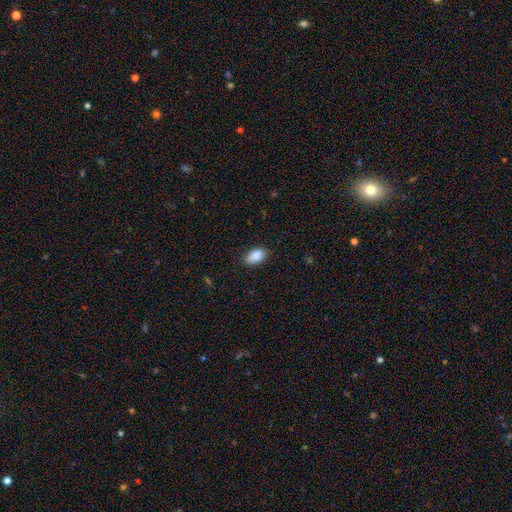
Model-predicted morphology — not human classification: This appears to be a smooth galaxy with no disk features (89%) that is in between round and cigar-shaped (93%). Merging: none (82%).